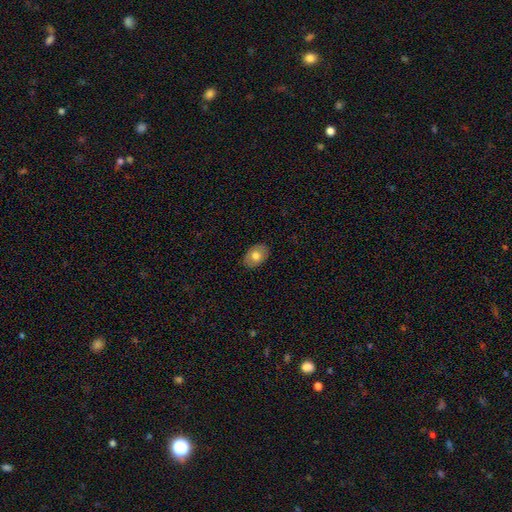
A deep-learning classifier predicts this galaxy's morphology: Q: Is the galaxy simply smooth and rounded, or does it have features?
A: smooth — 75%.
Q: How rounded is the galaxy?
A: in between — 84%.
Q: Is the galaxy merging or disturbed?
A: none — 88%.